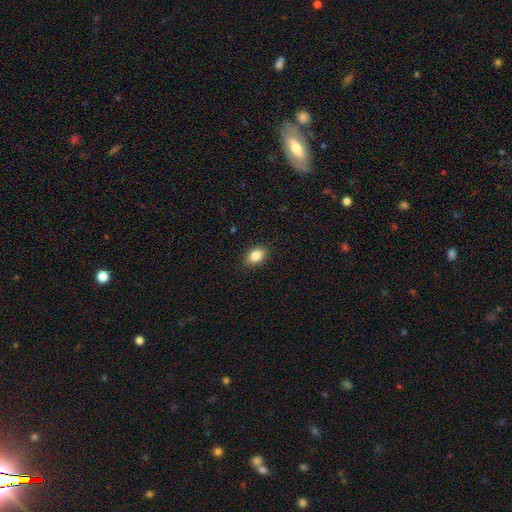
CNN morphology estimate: Smooth or featured: smooth — 85% (star or artifact — 8%)
How rounded: in between — 86% (round — 12%)
Merging: none — 89% (minor disturbance — 8%)